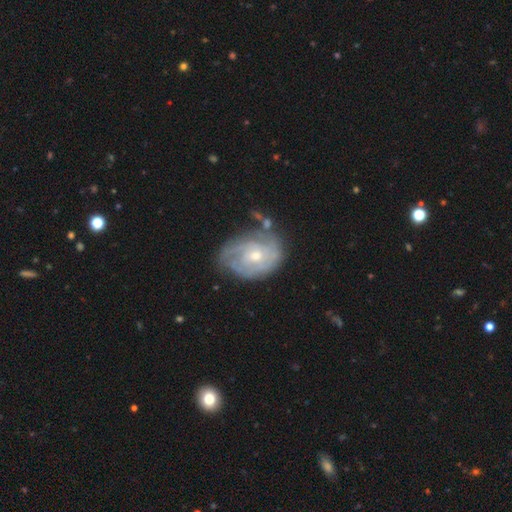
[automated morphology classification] Smooth or featured? featured or disk (79%)
Edge-on disk? no (97%)
Bar? no (71%)
Spiral arms? yes (88%)
Spiral winding? tight (68%)
Spiral arm count? can't tell (46%)
Bulge size? moderate (54%)
Merging? none (58%)